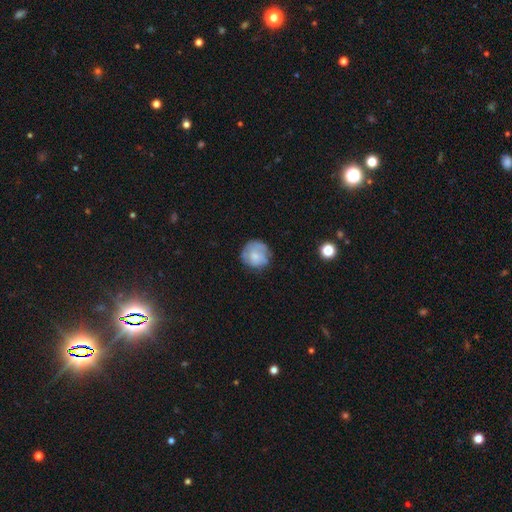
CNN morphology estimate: This appears to be a smooth galaxy with no disk features (56%) that is round (88%). Merging: none (68%).